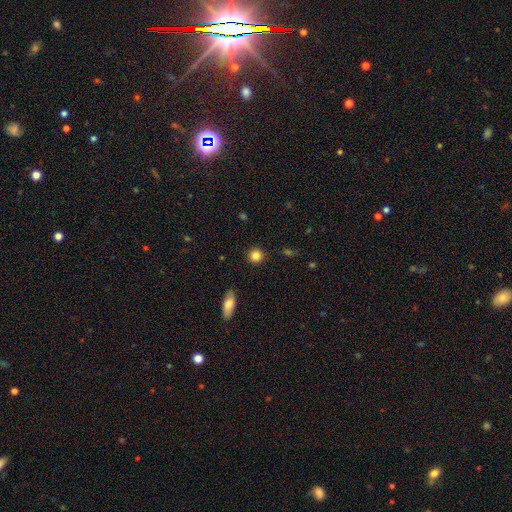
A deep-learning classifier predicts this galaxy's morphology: Smooth or featured? Predicted: smooth (p=0.85). How rounded? Predicted: round (p=0.92). Merging? Predicted: none (p=0.90).